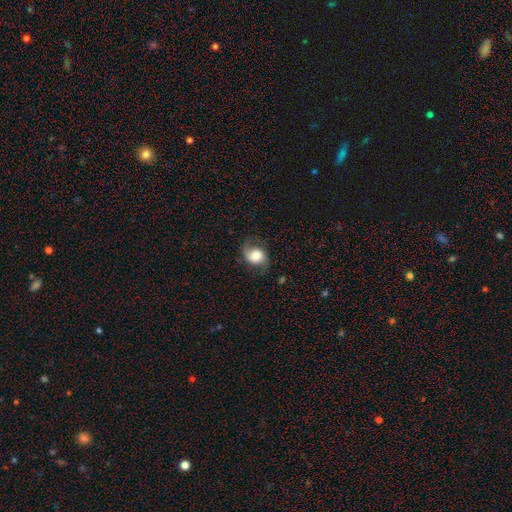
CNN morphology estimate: A smooth galaxy with no disk features (47%). Merging: none (66%).